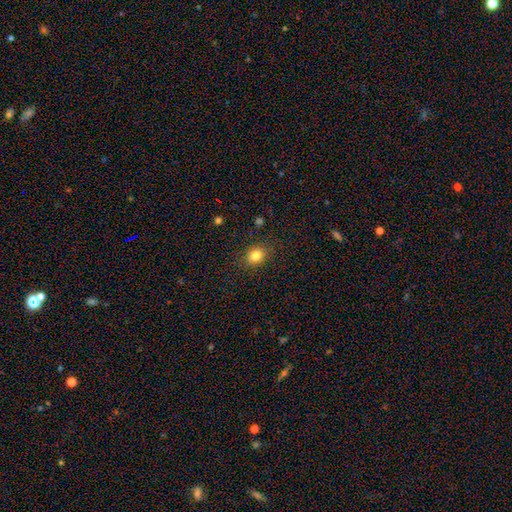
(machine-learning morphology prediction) Overall: smooth (82%). How rounded: in between (54%; round 45%). Merging: none (85%).